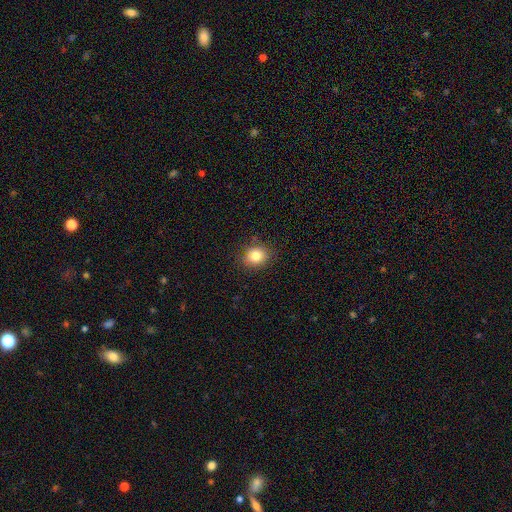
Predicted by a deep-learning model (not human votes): Overall: smooth (82%). How rounded: round (69%; in between 30%). Merging: none (86%).